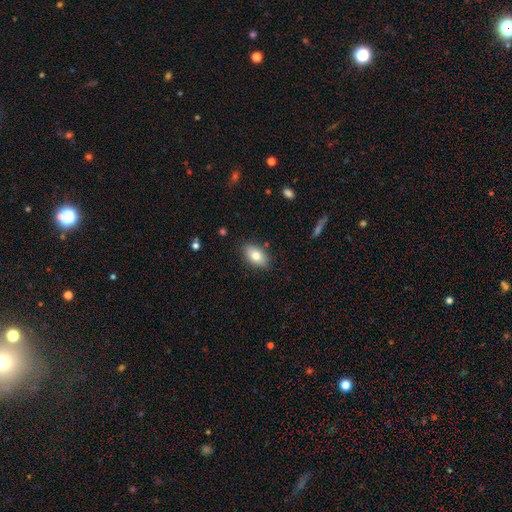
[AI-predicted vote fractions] The model was most divided on "smooth or featured": smooth: 78%, featured or disk: 15%, star or artifact: 7%. More confident: how rounded — in between (91%); merging — none (86%).